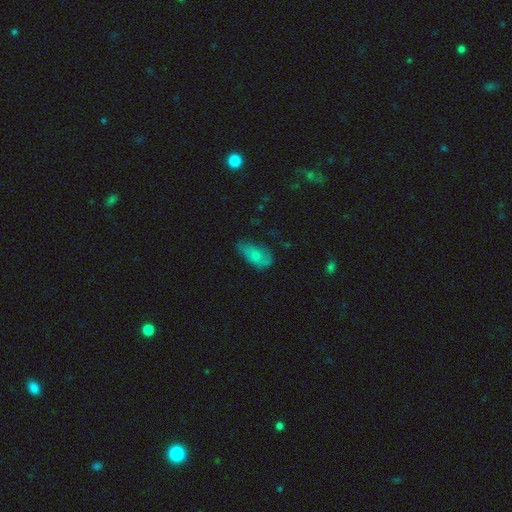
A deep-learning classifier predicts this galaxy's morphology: This is likely a smooth galaxy (70%). How rounded: clearly in between (90%). Merging: possibly none (46%).